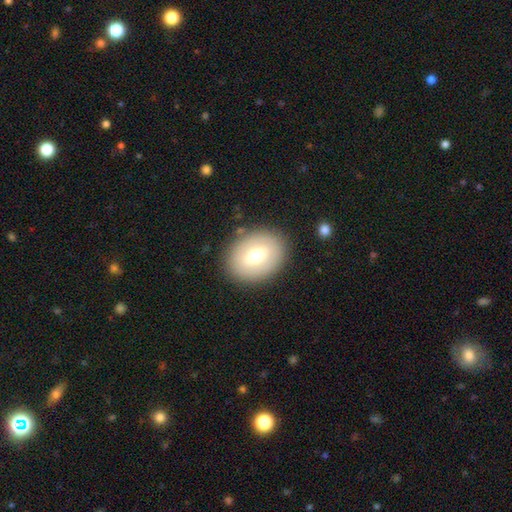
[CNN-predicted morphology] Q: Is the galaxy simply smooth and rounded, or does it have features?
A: smooth — 58%.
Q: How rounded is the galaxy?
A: in between — 63%.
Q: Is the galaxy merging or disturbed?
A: none — 86%.